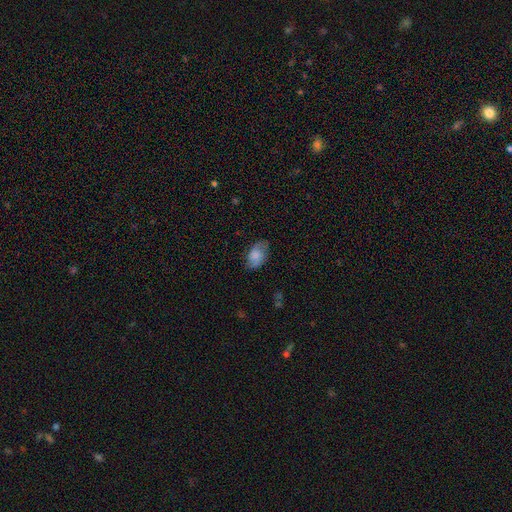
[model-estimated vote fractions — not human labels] This appears to be a smooth galaxy with no disk features (72%) that is in between round and cigar-shaped (90%). Merging: none (69%).